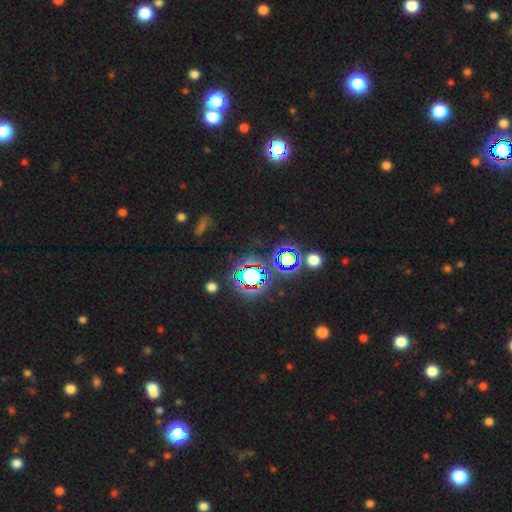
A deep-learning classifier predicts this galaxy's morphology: Overall: star or artifact (80%).